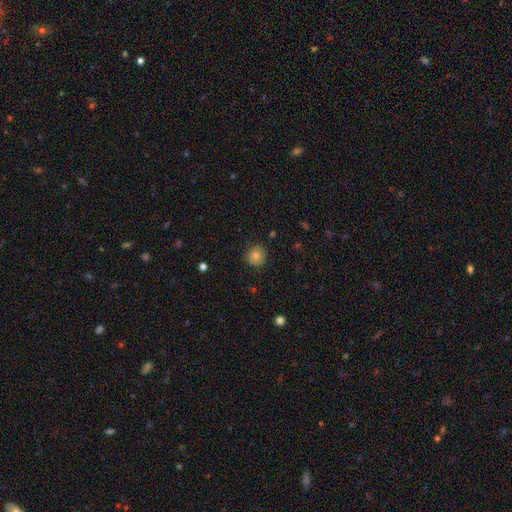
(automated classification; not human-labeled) Overall: smooth (75%). How rounded: round (92%). Merging: none (86%).